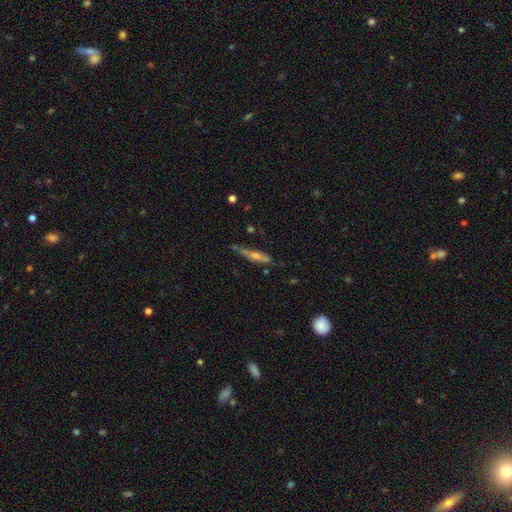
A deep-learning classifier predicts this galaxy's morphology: Smooth or featured? Predicted: featured or disk (p=0.60). Edge-on disk? Predicted: yes (p=0.86). Edge-on bulge? Predicted: rounded (p=0.73). Merging? Predicted: none (p=0.68).